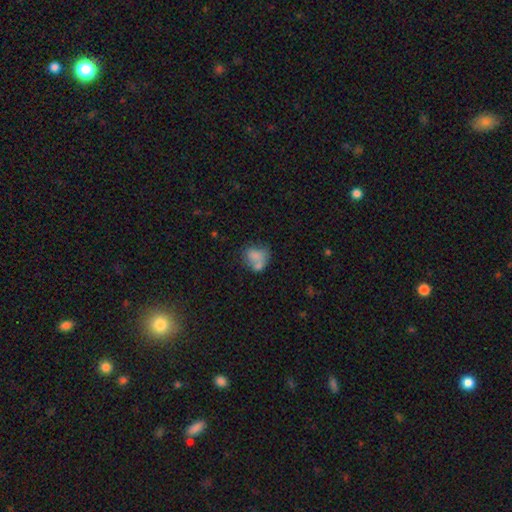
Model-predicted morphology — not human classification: Overall: smooth (73%). How rounded: round (50%; in between 48%). Merging: merger (42%; none 32%).